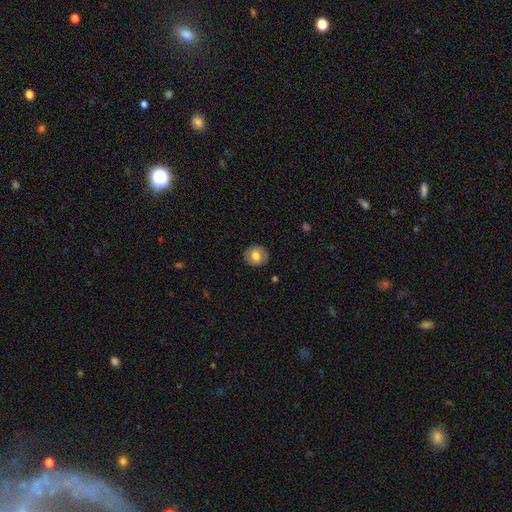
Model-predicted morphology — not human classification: Smooth or featured? Predicted: smooth (p=0.64). How rounded? Predicted: round (p=0.77). Merging? Predicted: none (p=0.83).